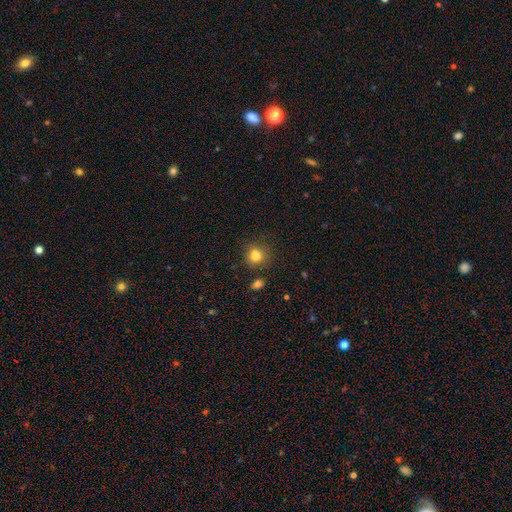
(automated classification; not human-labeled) Smooth or featured? Predicted: smooth (p=0.78). How rounded? Predicted: round (p=0.68). Merging? Predicted: none (p=0.59).